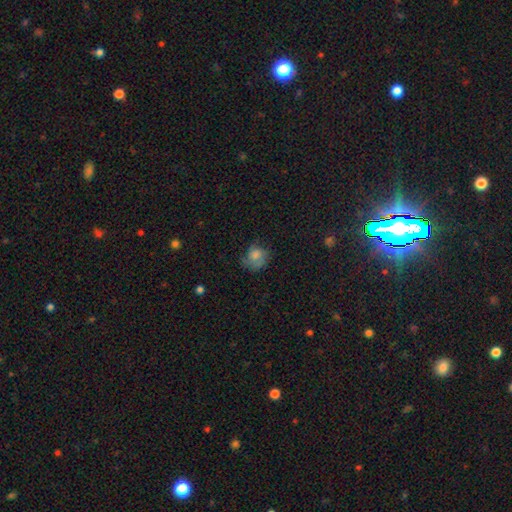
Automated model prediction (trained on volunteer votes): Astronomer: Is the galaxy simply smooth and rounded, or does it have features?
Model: smooth — 66%.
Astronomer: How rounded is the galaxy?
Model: round — 65%.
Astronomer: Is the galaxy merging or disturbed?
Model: none — 47% (runner-up: minor disturbance, 28%).